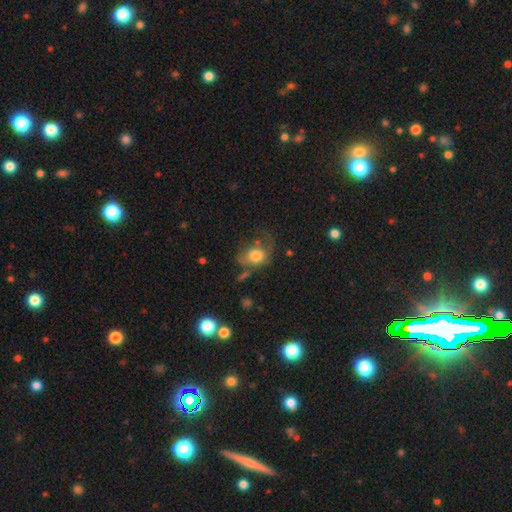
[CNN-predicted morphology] This appears to be a smooth galaxy with no disk features (71%) that is in between round and cigar-shaped (52%). Merging: none (34%).